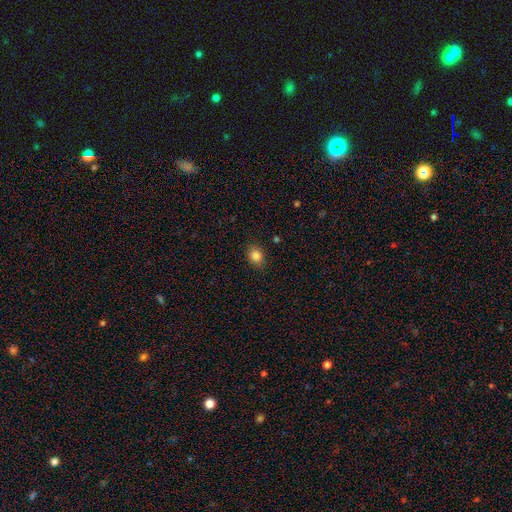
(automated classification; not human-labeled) A smooth galaxy with no disk features (85%) that is in between round and cigar-shaped (58%).

Vote fractions:
- Smooth or featured? smooth: 85% / star or artifact: 10% / featured or disk: 5%
- How rounded? in between: 58% / round: 41% / cigar-shaped: 1%
- Merging? none: 87% / minor disturbance: 9% / major disturbance: 2% / merger: 1%